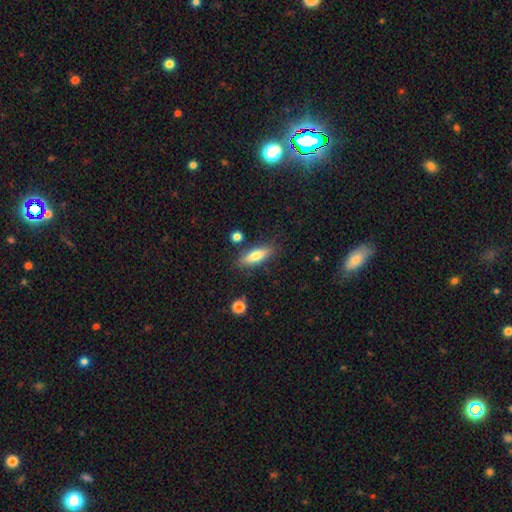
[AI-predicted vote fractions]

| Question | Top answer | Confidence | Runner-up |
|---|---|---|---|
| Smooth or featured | smooth | 70% | featured or disk (23%) |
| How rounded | cigar-shaped | 49% | tied: in between (49%) |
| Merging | none | 82% | minor disturbance (12%) |